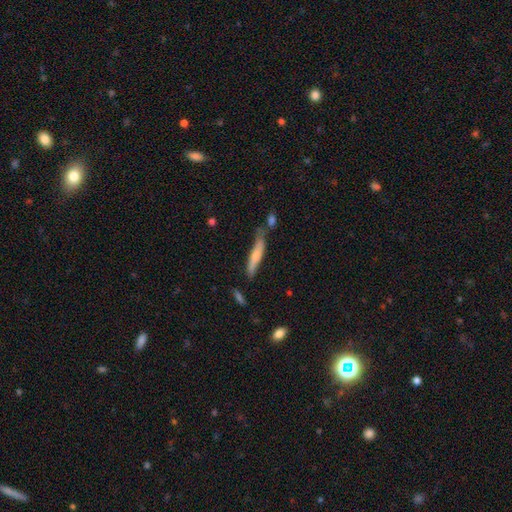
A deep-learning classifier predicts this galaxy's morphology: smooth_or_featured: smooth (p=0.63) [alt: featured or disk p=0.32]
how_rounded: cigar-shaped (p=0.90) [alt: in between p=0.09]
merging: none (p=0.57) [alt: minor disturbance p=0.23]